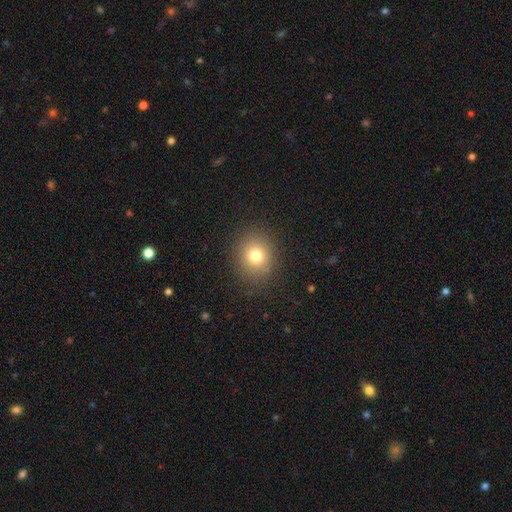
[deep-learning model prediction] This appears to be a smooth galaxy with no disk features (78%) that is round (78%). Merging: none (87%).